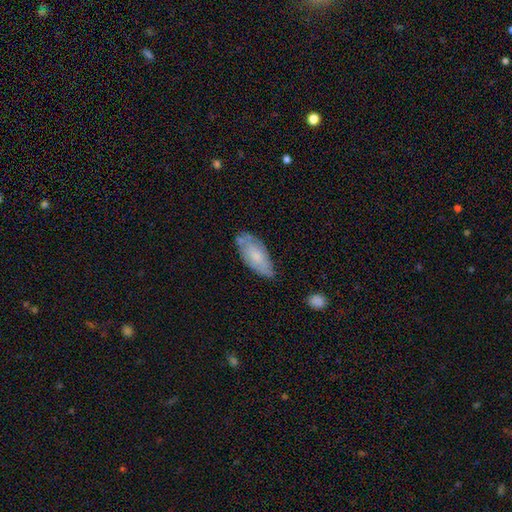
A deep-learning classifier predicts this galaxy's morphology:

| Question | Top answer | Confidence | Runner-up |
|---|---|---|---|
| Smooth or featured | smooth | 54% | featured or disk (39%) |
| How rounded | in between | 84% | cigar-shaped (13%) |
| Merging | none | 58% | minor disturbance (31%) |